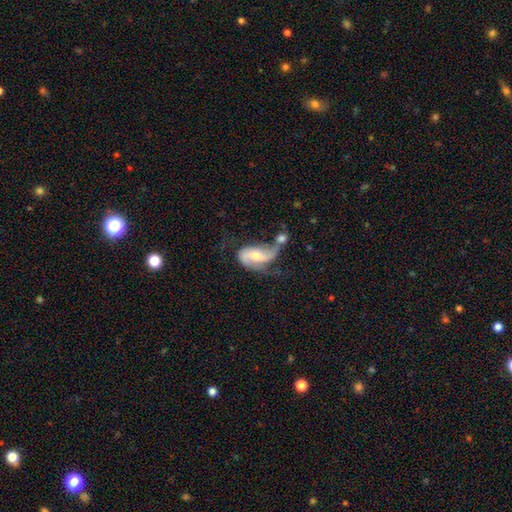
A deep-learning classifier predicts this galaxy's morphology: Smooth or featured: featured or disk — 70% (smooth — 24%)
Edge-on disk: no — 95% (yes — 5%)
Bar: no — 46% (weak — 38%)
Spiral arms: yes — 88% (no — 12%)
Spiral winding: loose — 56% (medium — 33%)
Spiral arm count: 2 — 77% (1 — 11%)
Bulge size: moderate — 52% (small — 37%)
Merging: merger — 34% (major disturbance — 25%)